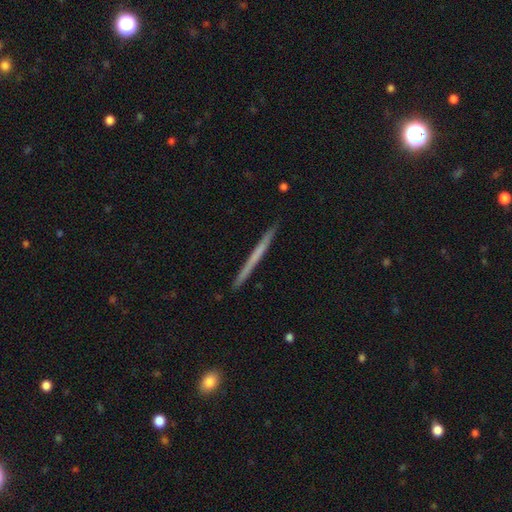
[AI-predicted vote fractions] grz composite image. It shows a featured or disk galaxy (50%). Merging: none (92%).